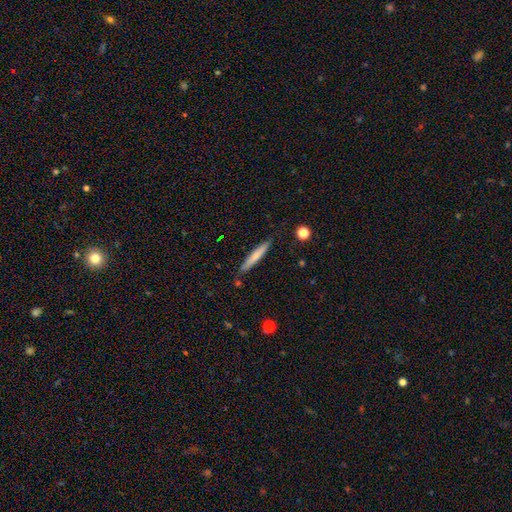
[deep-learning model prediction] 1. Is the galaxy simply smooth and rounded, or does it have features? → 65% smooth, 28% featured or disk, 6% star or artifact.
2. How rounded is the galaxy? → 93% cigar-shaped, 5% in between, 1% round.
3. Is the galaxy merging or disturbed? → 84% none, 11% minor disturbance, 2% merger, 2% major disturbance.